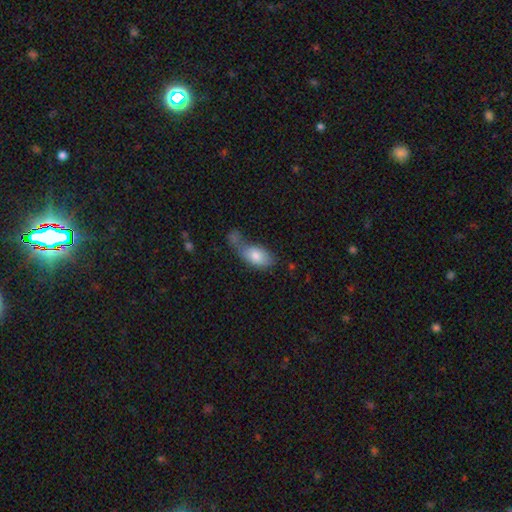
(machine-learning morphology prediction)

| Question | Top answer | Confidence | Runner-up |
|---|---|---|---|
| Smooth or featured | smooth | 78% | featured or disk (15%) |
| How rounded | in between | 90% | round (6%) |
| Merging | merger | 35% | none (34%) |